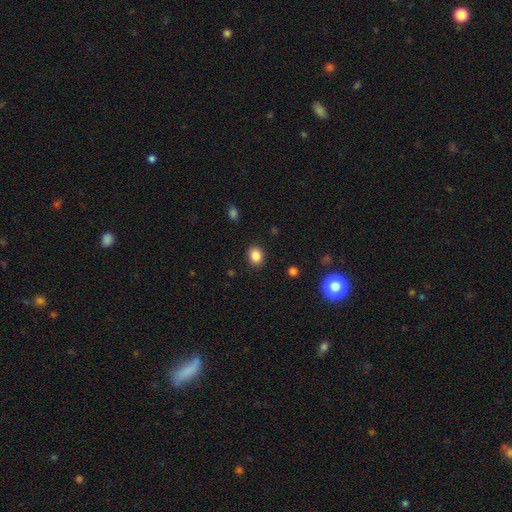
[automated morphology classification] The model was most divided on "how rounded": round: 58%, in between: 41%, cigar-shaped: 1%. More confident: merging — none (89%); smooth or featured — smooth (86%).